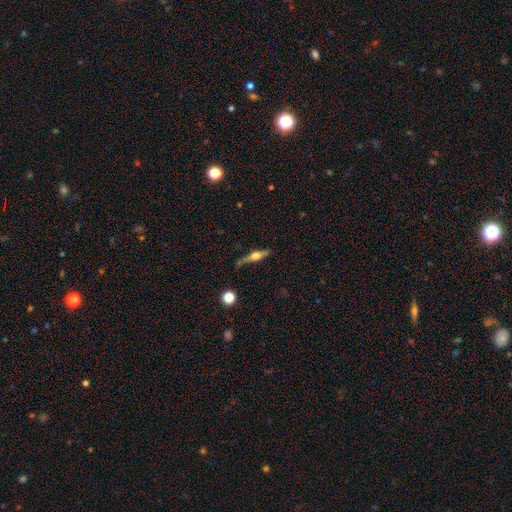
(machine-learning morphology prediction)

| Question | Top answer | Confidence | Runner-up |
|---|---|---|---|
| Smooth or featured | featured or disk | 63% | smooth (30%) |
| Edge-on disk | yes | 94% | no (6%) |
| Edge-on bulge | rounded | 93% | boxy (5%) |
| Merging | none | 68% | minor disturbance (21%) |